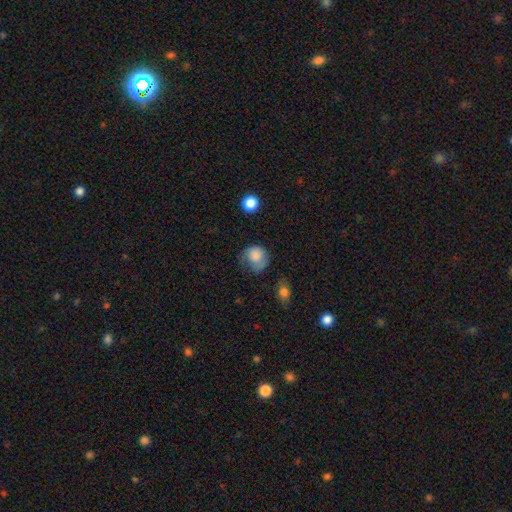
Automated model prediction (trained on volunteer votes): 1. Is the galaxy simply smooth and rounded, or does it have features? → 79% smooth, 13% featured or disk, 8% star or artifact.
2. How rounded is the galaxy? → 76% round, 23% in between, 1% cigar-shaped.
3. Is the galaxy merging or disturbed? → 41% none, 34% minor disturbance, 23% major disturbance, 3% merger.